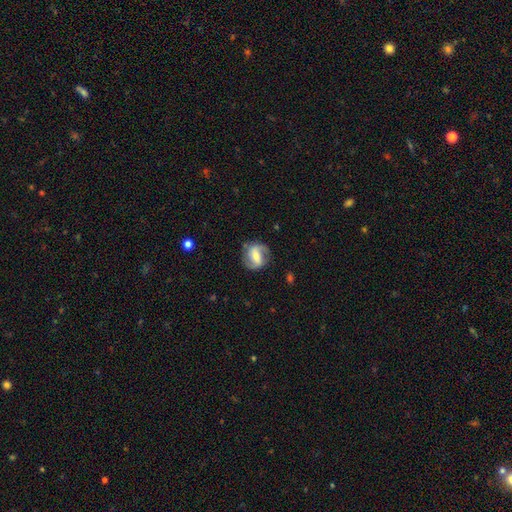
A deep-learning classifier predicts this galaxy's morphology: Smooth or featured: featured or disk — 68% (smooth — 26%)
Edge-on disk: no — 96% (yes — 4%)
Bar: strong — 47% (weak — 36%)
Spiral arms: yes — 85% (no — 15%)
Spiral winding: medium — 42% (loose — 34%)
Spiral arm count: 2 — 86% (can't tell — 7%)
Bulge size: moderate — 47% (small — 38%)
Merging: none — 77% (minor disturbance — 15%)